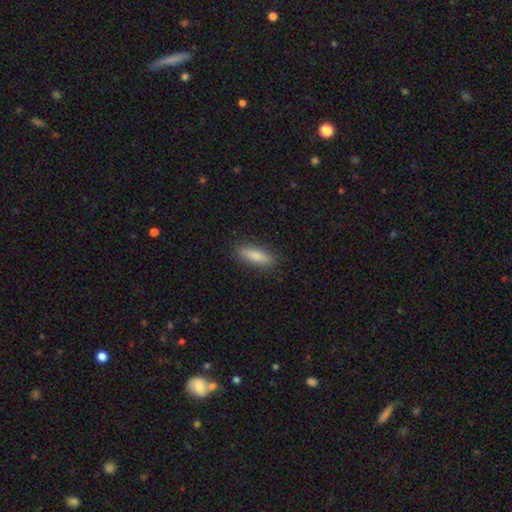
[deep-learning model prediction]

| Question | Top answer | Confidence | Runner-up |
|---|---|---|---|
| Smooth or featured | smooth | 83% | featured or disk (11%) |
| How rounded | cigar-shaped | 52% | in between (46%) |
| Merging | none | 88% | minor disturbance (9%) |